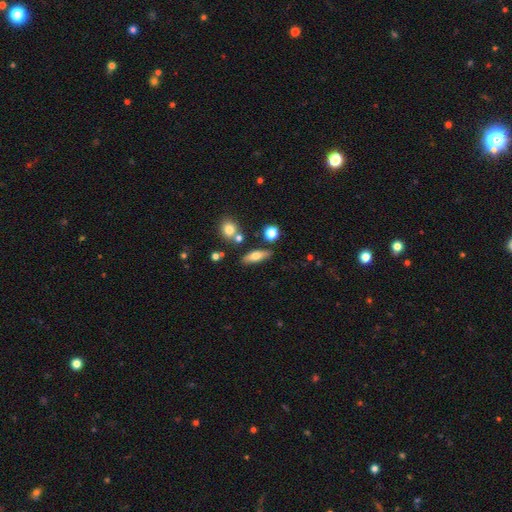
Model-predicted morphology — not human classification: A smooth galaxy with no disk features (59%) that is in between round and cigar-shaped (52%). Merging: none (78%).